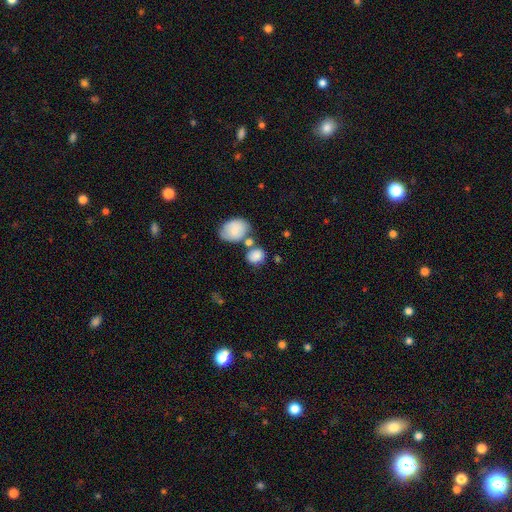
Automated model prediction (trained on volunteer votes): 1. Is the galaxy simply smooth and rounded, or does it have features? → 84% smooth, 8% featured or disk, 8% star or artifact.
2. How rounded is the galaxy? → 56% round, 43% in between, 1% cigar-shaped.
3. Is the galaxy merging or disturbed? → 54% none, 25% merger, 15% minor disturbance, 5% major disturbance.